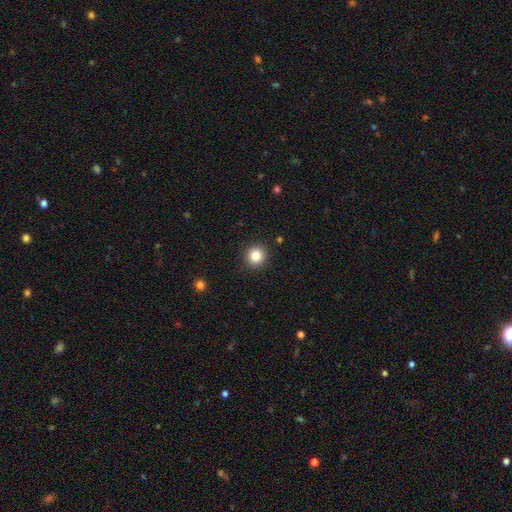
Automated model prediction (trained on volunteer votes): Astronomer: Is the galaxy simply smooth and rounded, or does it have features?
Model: smooth — 85%.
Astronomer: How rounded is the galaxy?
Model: round — 94%.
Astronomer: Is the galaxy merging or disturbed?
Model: none — 92%.